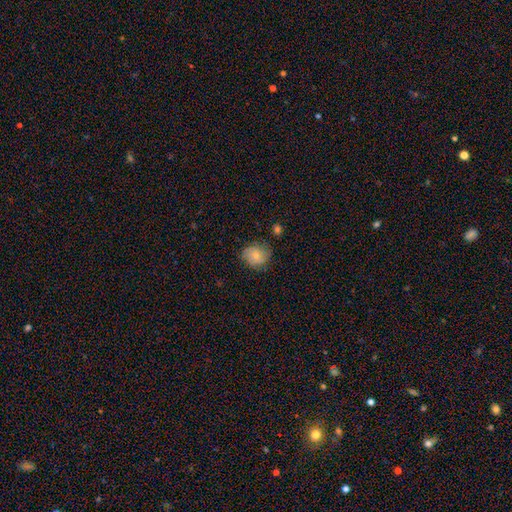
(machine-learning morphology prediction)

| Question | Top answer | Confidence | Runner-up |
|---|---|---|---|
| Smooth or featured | smooth | 66% | featured or disk (26%) |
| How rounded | round | 70% | in between (29%) |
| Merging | none | 70% | minor disturbance (22%) |